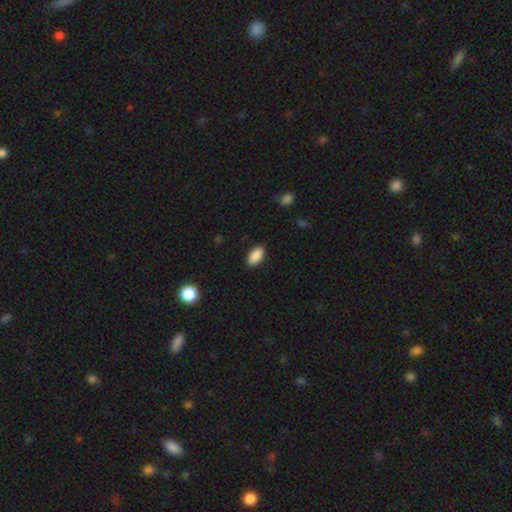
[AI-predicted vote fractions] smooth_or_featured: smooth (p=0.89) [alt: star or artifact p=0.07]
how_rounded: in between (p=0.93) [alt: cigar-shaped p=0.04]
merging: none (p=0.88) [alt: minor disturbance p=0.09]